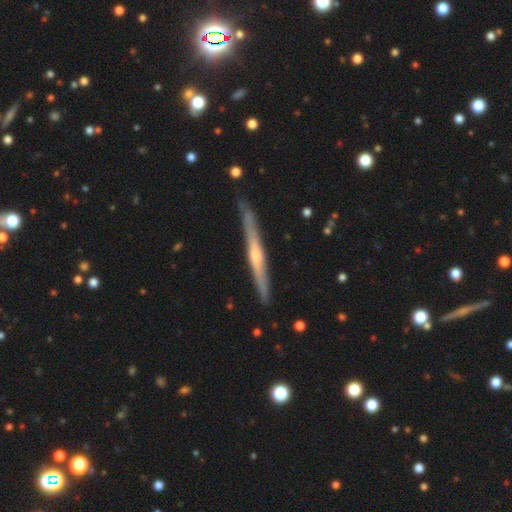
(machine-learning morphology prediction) Q: Smooth or featured?
A: featured or disk (71%); runner-up: smooth (24%)
Q: Edge-on disk?
A: yes (97%); runner-up: no (3%)
Q: Edge-on bulge?
A: rounded (70%); runner-up: none (24%)
Q: Merging?
A: none (85%); runner-up: minor disturbance (11%)